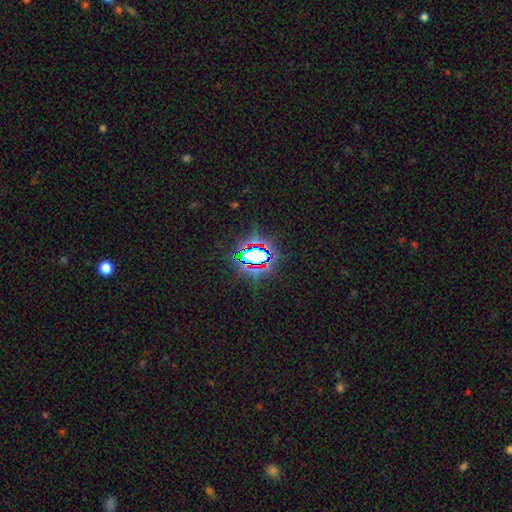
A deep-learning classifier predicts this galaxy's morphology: Smooth or featured? Predicted: star or artifact (p=0.71).